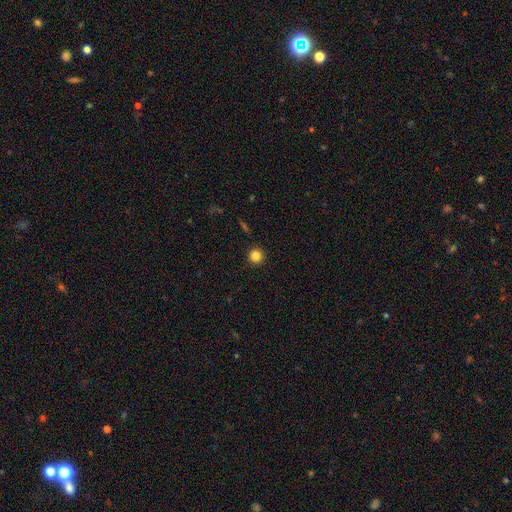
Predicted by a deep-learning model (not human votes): Smooth or featured: smooth — 84% (star or artifact — 11%)
How rounded: round — 95% (in between — 4%)
Merging: none — 92% (minor disturbance — 5%)